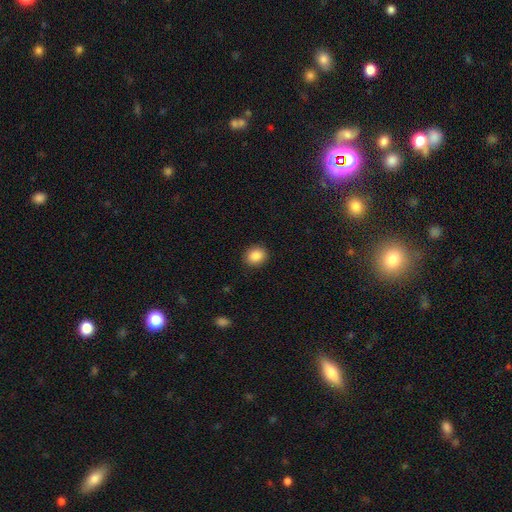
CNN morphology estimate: Q: Smooth or featured?
A: smooth (87%); runner-up: star or artifact (9%)
Q: How rounded?
A: round (64%); runner-up: in between (35%)
Q: Merging?
A: none (90%); runner-up: minor disturbance (7%)